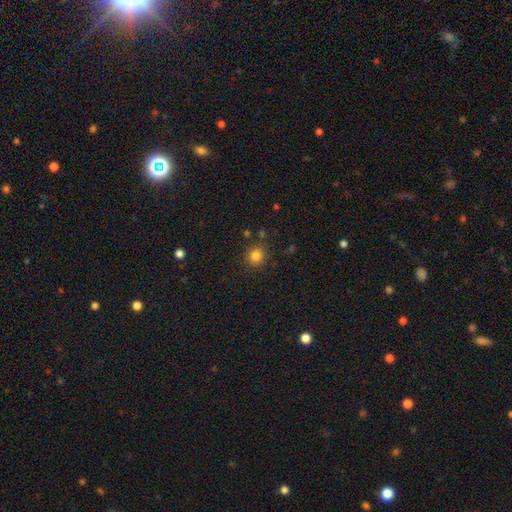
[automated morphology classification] Overall: smooth (82%). How rounded: round (88%). Merging: none (85%).